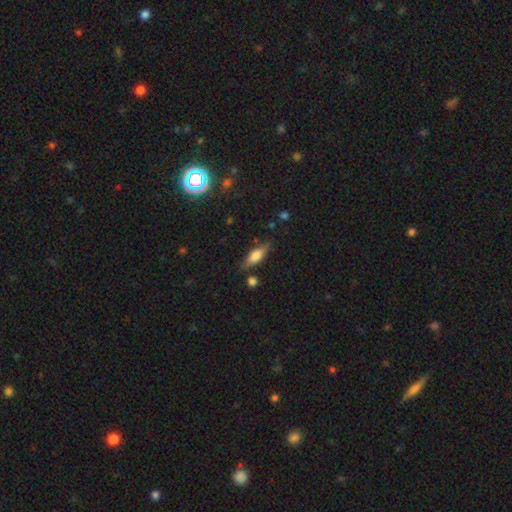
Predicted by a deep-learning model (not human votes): Smooth or featured? Predicted: smooth (p=0.57). How rounded? Predicted: in between (p=0.54). Merging? Predicted: none (p=0.79).